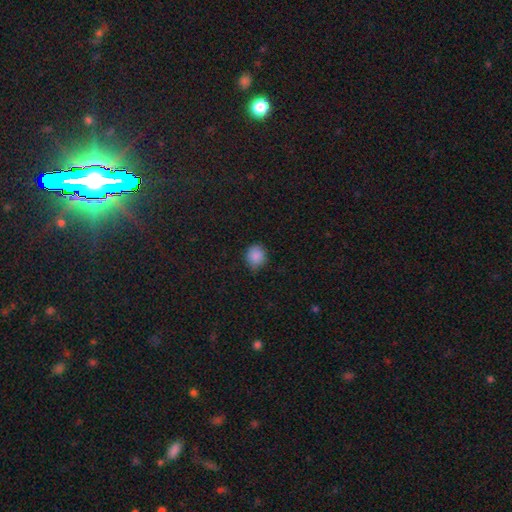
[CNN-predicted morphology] Smooth or featured? Predicted: smooth (p=0.87). How rounded? Predicted: round (p=0.79). Merging? Predicted: none (p=0.76).